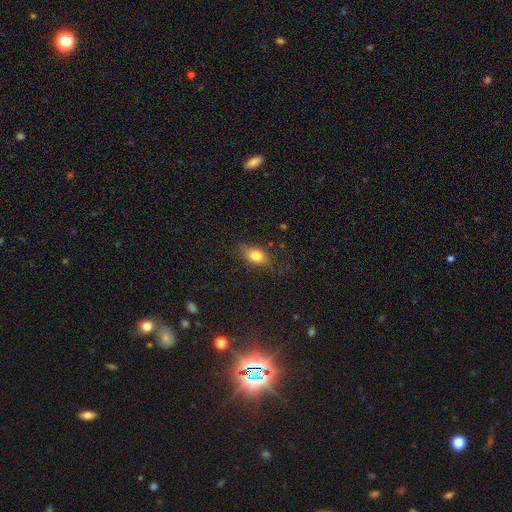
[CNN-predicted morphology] The model was most divided on "merging": none: 76%, minor disturbance: 17%, major disturbance: 5%, merger: 1%. More confident: how rounded — in between (80%); smooth or featured — smooth (79%).